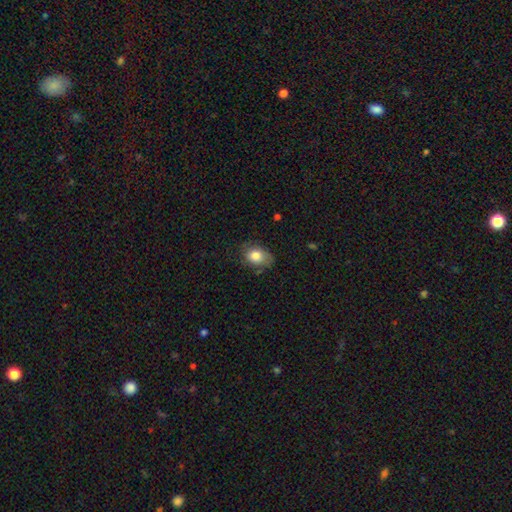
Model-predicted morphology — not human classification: This is likely a smooth galaxy (75%). How rounded: likely in between (70%). Merging: likely none (62%).